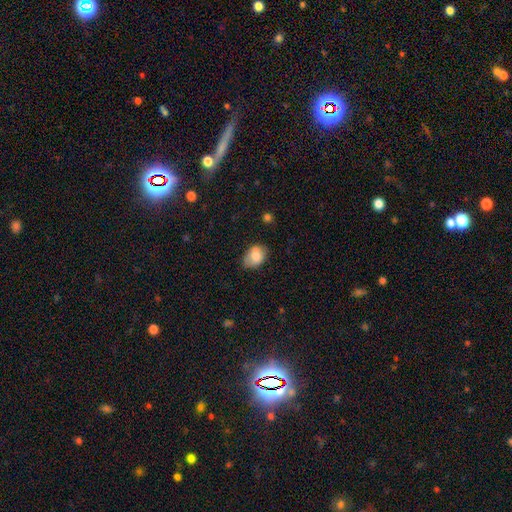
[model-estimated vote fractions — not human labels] Morphology: type=smooth (80%); roundness=in between (76%); merging=none (64%).